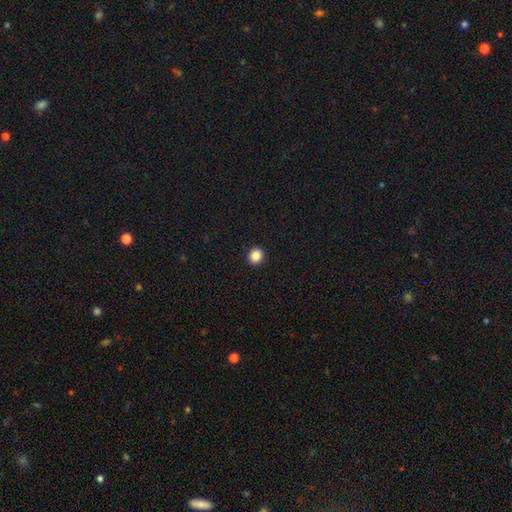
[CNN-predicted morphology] A smooth galaxy with no disk features (86%) that is round (90%).

Vote fractions:
- Smooth or featured? smooth: 86% / star or artifact: 11% / featured or disk: 3%
- How rounded? round: 90% / in between: 9% / cigar-shaped: 1%
- Merging? none: 94% / minor disturbance: 4% / major disturbance: 1% / merger: 1%